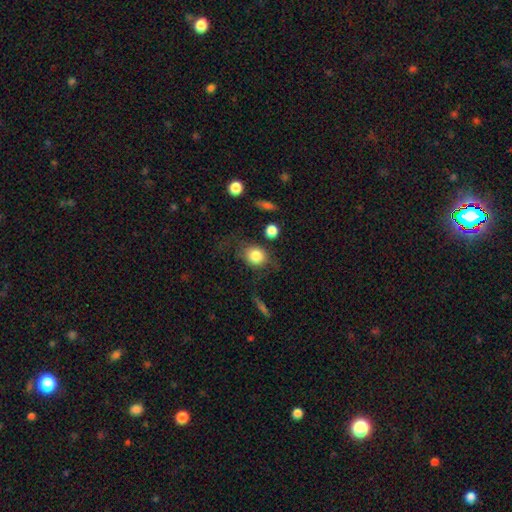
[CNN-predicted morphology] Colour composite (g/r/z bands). It shows a smooth galaxy with no disk features (80%) that is round (66%). Merging: none (57%).